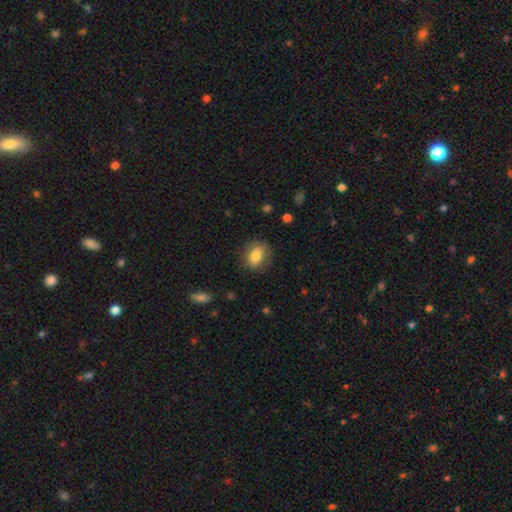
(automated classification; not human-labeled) This is likely a smooth galaxy (79%). How rounded: likely in between (70%). Merging: likely none (78%).